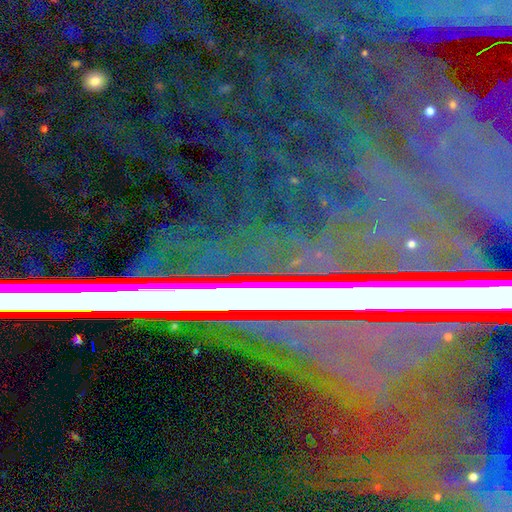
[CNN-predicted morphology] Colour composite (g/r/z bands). It shows a star or artifact, not a galaxy (68%).